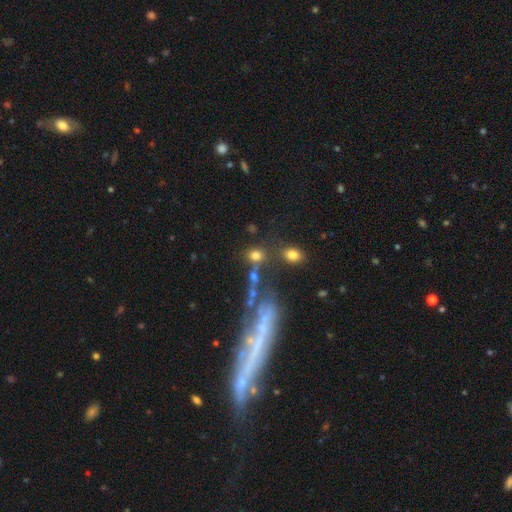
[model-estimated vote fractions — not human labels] This is likely a smooth galaxy (73%). How rounded: possibly round (55%). Merging: possibly none (56%).